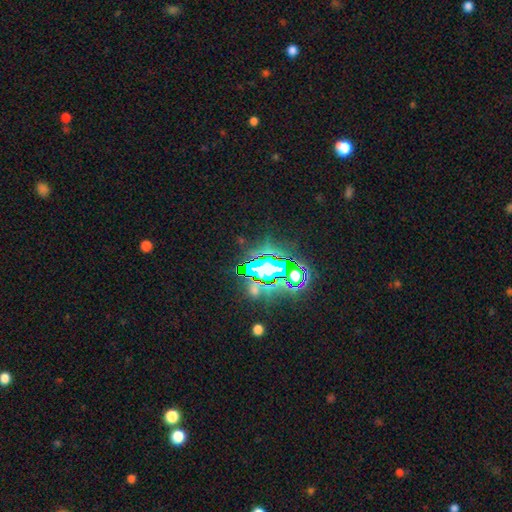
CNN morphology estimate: A star or artifact, not a galaxy (75%).